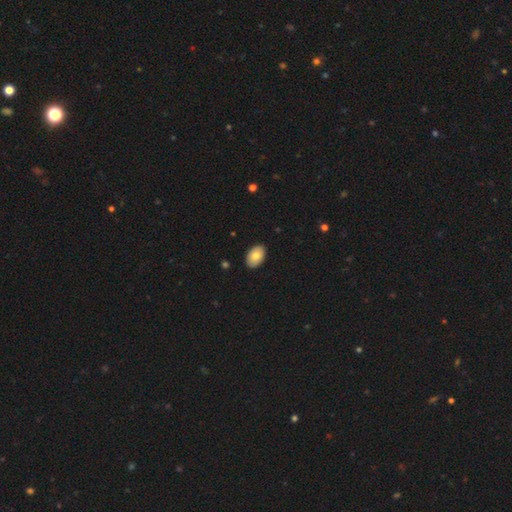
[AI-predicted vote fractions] Overall: smooth (79%). How rounded: in between (91%). Merging: none (89%).